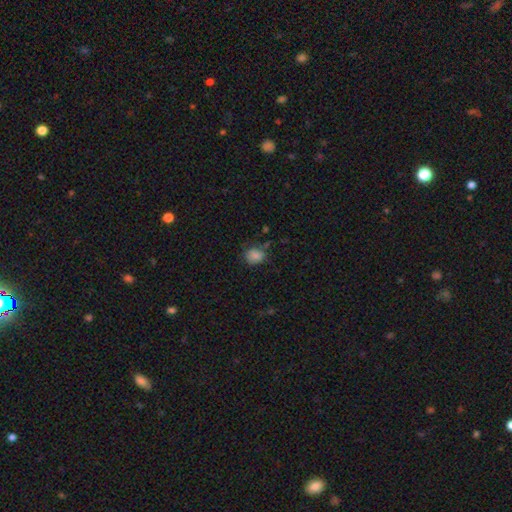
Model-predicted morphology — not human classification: Overall: smooth (83%). How rounded: round (62%; in between 37%). Merging: none (65%).